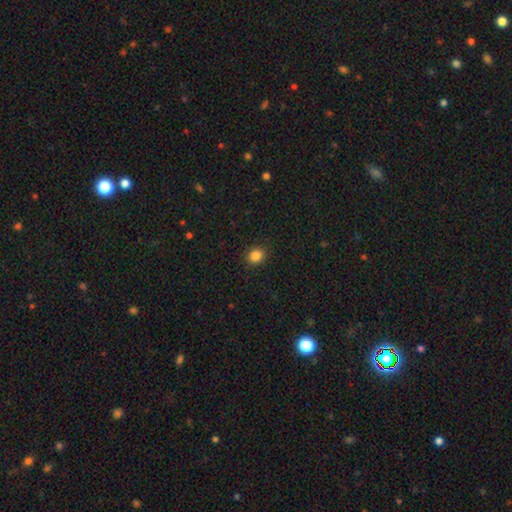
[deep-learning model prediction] The model was most divided on "how rounded": round: 75%, in between: 24%, cigar-shaped: 1%. More confident: merging — none (90%); smooth or featured — smooth (85%).